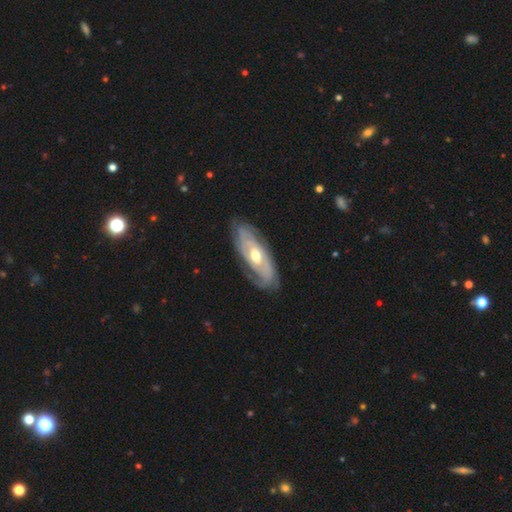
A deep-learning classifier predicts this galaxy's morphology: A featured or disk galaxy (83%) with no bar (64%), tight (71%) spiral arms (87%) and a moderate central bulge (74%). Merging: none (78%).